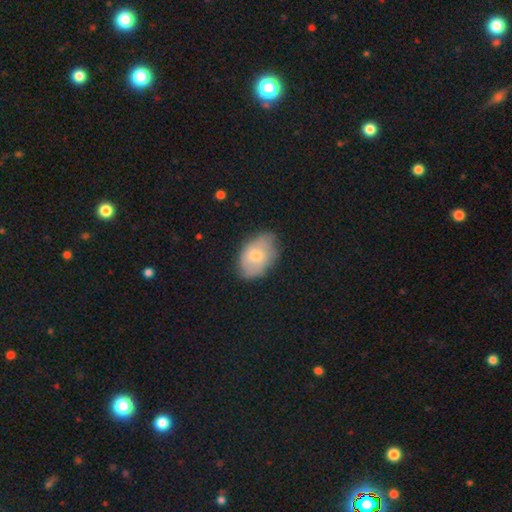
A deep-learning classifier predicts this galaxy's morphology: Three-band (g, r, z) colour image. It shows a smooth galaxy with no disk features (66%) that is in between round and cigar-shaped (87%). Merging: none (70%).